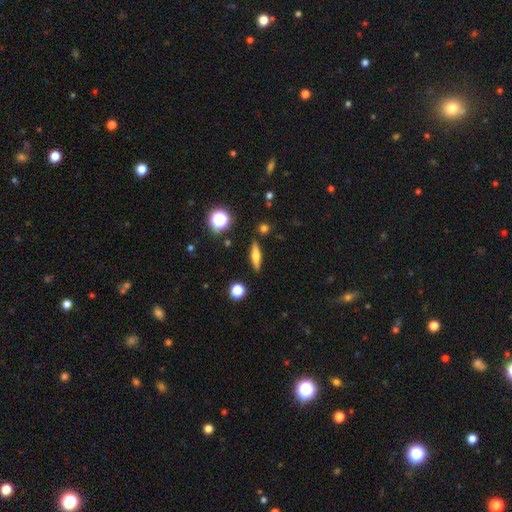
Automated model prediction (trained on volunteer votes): smooth_or_featured: smooth (p=0.48) [alt: featured or disk p=0.42]
merging: none (p=0.87) [alt: minor disturbance p=0.09]